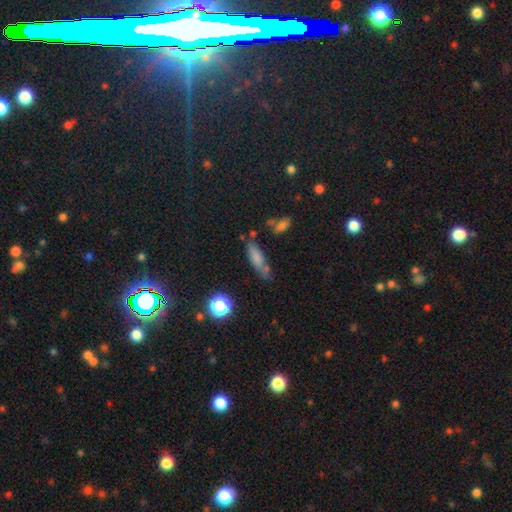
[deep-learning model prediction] The model was most divided on "how rounded": in between: 50%, cigar-shaped: 45%, round: 5%. More confident: smooth or featured — smooth (70%); merging — none (60%).